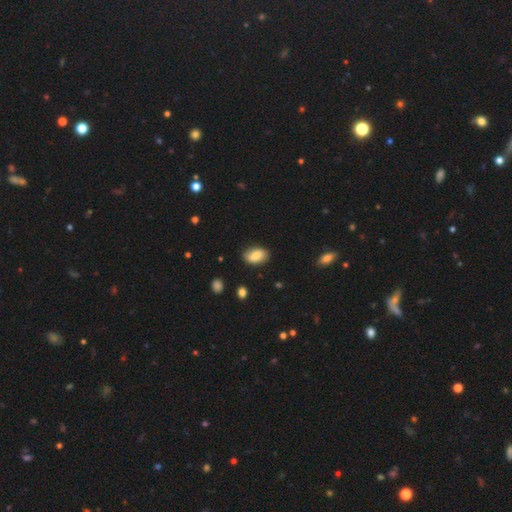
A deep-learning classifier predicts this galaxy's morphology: A smooth galaxy with no disk features (83%) that is in between round and cigar-shaped (91%).

Vote fractions:
- Smooth or featured? smooth: 83% / featured or disk: 9% / star or artifact: 7%
- How rounded? in between: 91% / round: 8% / cigar-shaped: 2%
- Merging? none: 80% / minor disturbance: 15% / major disturbance: 3% / merger: 1%